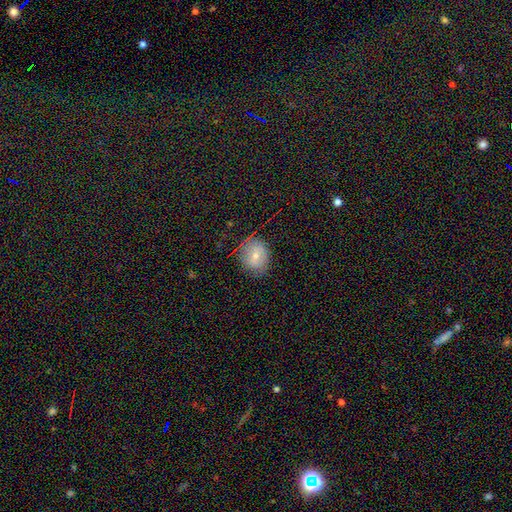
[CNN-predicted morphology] Smooth or featured? smooth (68%)
How rounded? round (60%)
Merging? none (76%)